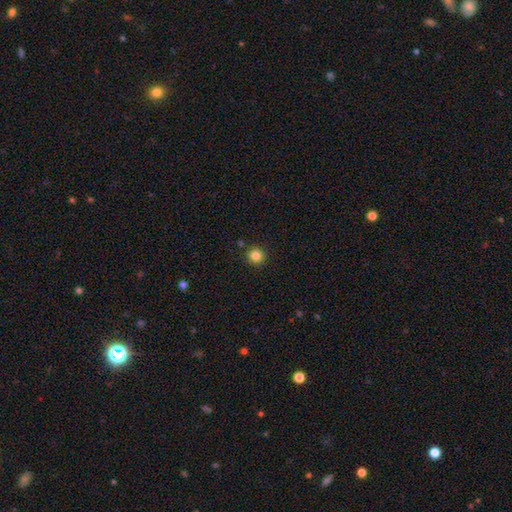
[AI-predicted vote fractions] smooth_or_featured: smooth (p=0.84) [alt: star or artifact p=0.12]
how_rounded: round (p=0.94) [alt: in between p=0.05]
merging: none (p=0.90) [alt: minor disturbance p=0.06]